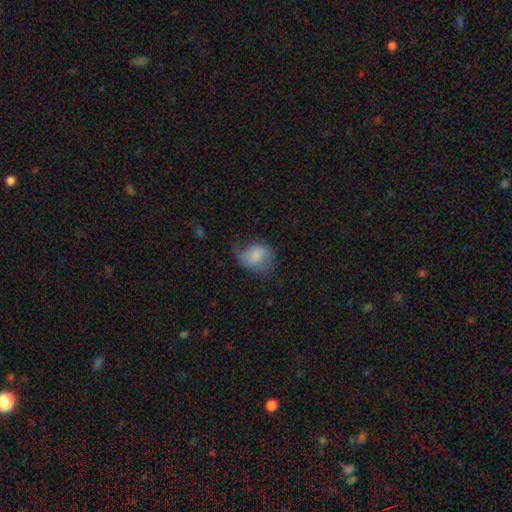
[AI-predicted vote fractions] A smooth galaxy with no disk features (77%) that is round (50%).

Vote fractions:
- Smooth or featured? smooth: 77% / featured or disk: 15% / star or artifact: 8%
- How rounded? round: 50% / in between: 49% / cigar-shaped: 1%
- Merging? none: 44% / minor disturbance: 34% / major disturbance: 20% / merger: 2%